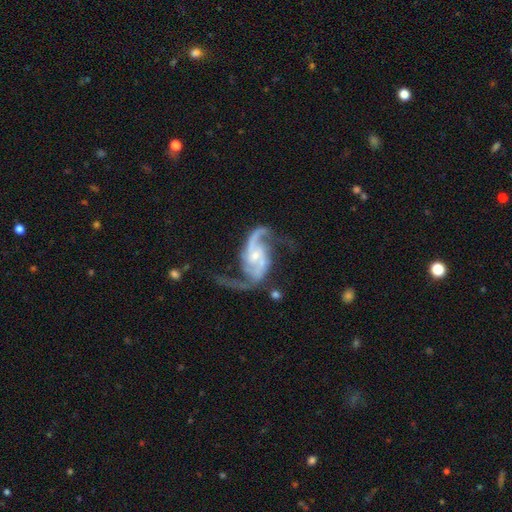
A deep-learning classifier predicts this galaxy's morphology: Smooth or featured?
  - featured or disk: 92% *
  - star or artifact: 4%
  - smooth: 3%
Edge-on disk?
  - no: 97% *
  - yes: 3%
Bar?
  - no: 50% *
  - weak: 35%
  - strong: 15%
Spiral arms?
  - yes: 98% *
  - no: 2%
Spiral winding?
  - loose: 51% *
  - medium: 39%
  - tight: 9%
Spiral arm count?
  - 2: 91% *
  - 3: 3%
  - can't tell: 2%
  - 1: 2%
  - 4: 1%
  - more than 4: 1%
Bulge size?
  - small: 64% *
  - moderate: 30%
  - none: 3%
  - large: 2%
  - dominant: 1%
Merging?
  - none: 61% *
  - major disturbance: 18%
  - minor disturbance: 18%
  - merger: 4%